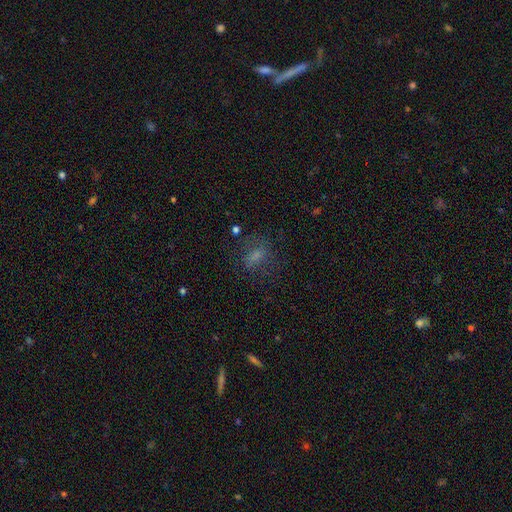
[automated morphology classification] Smooth or featured: smooth — 52% (star or artifact — 25%)
How rounded: in between — 64% (round — 23%)
Merging: none — 66% (minor disturbance — 17%)